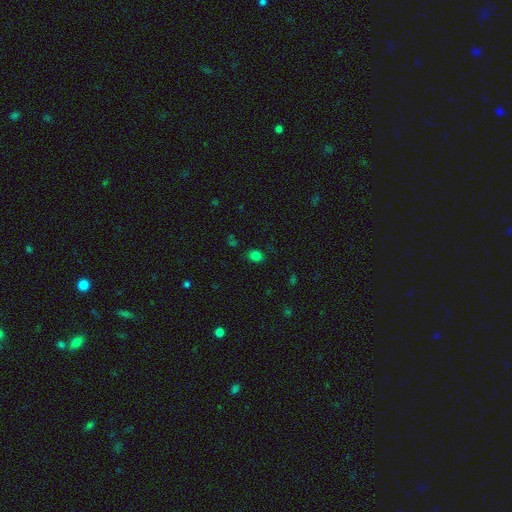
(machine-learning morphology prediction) This is likely a smooth galaxy (78%). How rounded: possibly in between (57%). Merging: clearly none (83%).